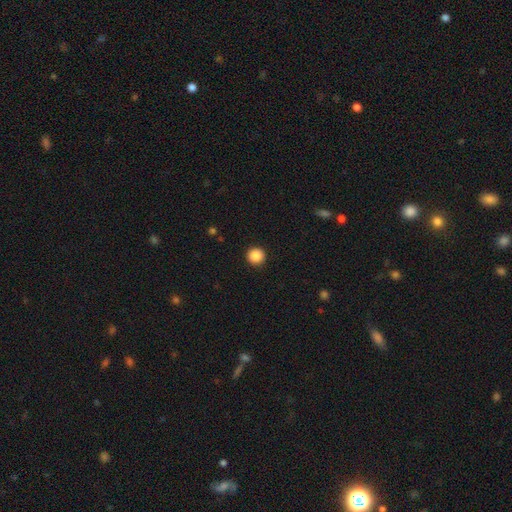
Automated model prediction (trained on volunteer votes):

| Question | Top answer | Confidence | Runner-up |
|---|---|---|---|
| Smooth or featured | smooth | 88% | star or artifact (9%) |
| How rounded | round | 96% | in between (3%) |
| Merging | none | 93% | minor disturbance (4%) |